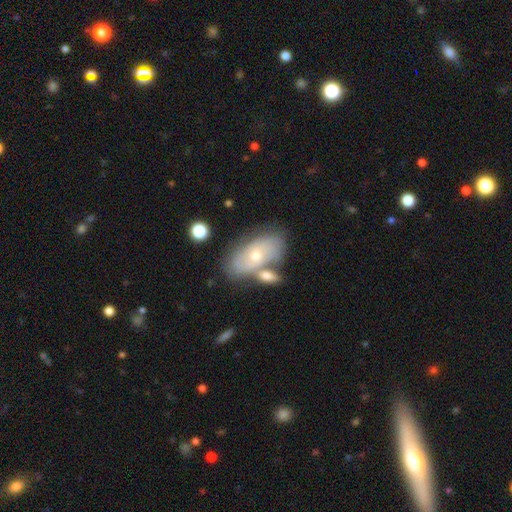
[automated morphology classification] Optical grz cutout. It shows a featured or disk galaxy (50%). Merging: none (51%).